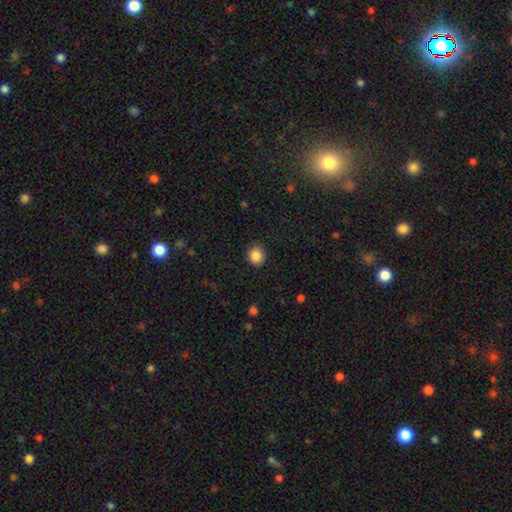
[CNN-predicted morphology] The model was most divided on "how rounded": round: 81%, in between: 18%, cigar-shaped: 1%. More confident: merging — none (87%); smooth or featured — smooth (87%).